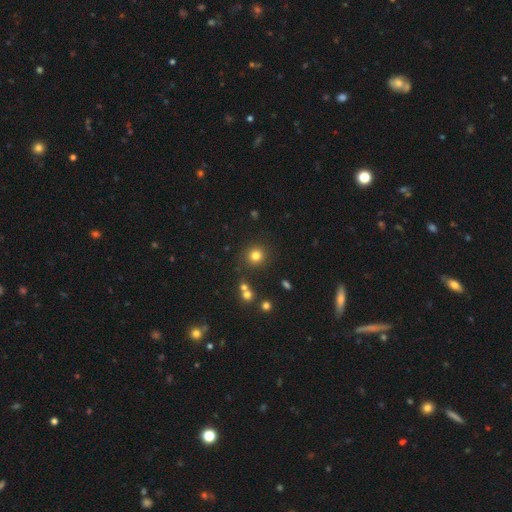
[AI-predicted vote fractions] This appears to be a smooth galaxy with no disk features (79%) that is round (92%). Merging: none (85%).